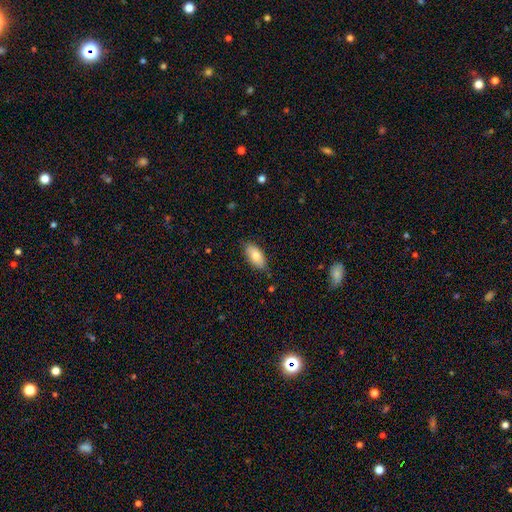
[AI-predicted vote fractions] Smooth or featured? Predicted: smooth (p=0.83). How rounded? Predicted: in between (p=0.90). Merging? Predicted: none (p=0.78).